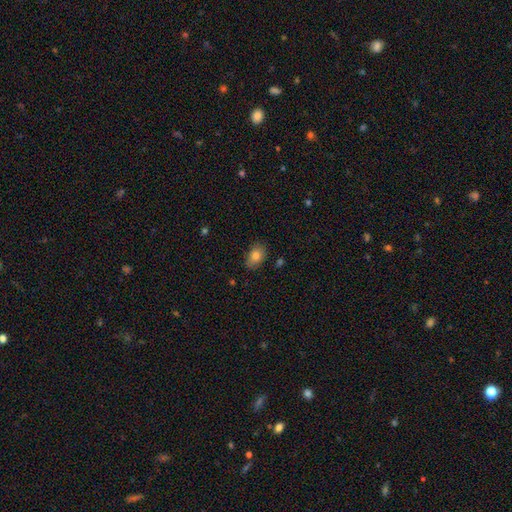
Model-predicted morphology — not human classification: A smooth galaxy with no disk features (81%) that is in between round and cigar-shaped (82%).

Vote fractions:
- Smooth or featured? smooth: 81% / featured or disk: 10% / star or artifact: 9%
- How rounded? in between: 82% / round: 16% / cigar-shaped: 1%
- Merging? none: 80% / minor disturbance: 16% / major disturbance: 3% / merger: 2%